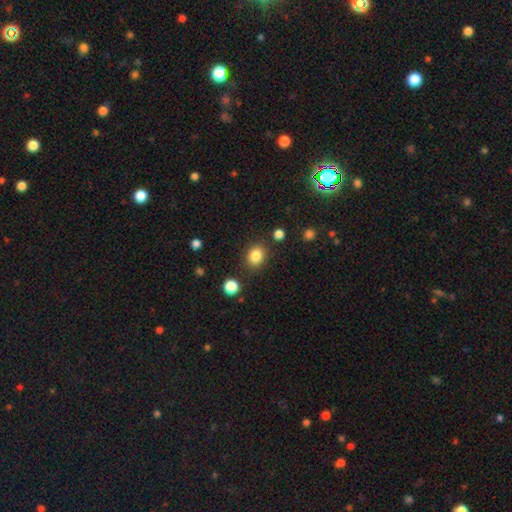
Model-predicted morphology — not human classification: Smooth or featured: smooth — 84% (star or artifact — 10%)
How rounded: round — 52% (in between — 47%)
Merging: none — 84% (minor disturbance — 10%)